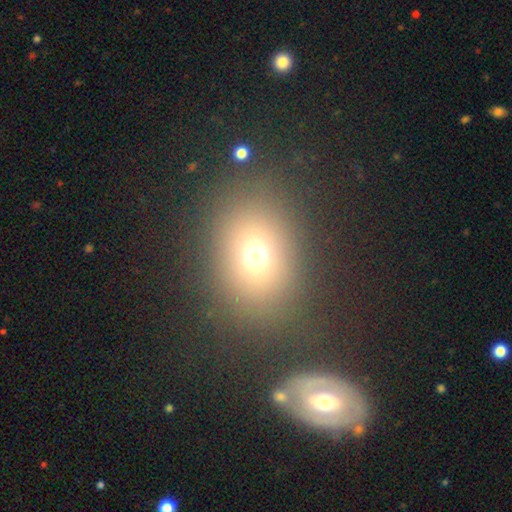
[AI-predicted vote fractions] The model was most divided on "how rounded": in between: 52%, round: 46%, cigar-shaped: 1%. More confident: merging — none (79%); smooth or featured — smooth (69%).